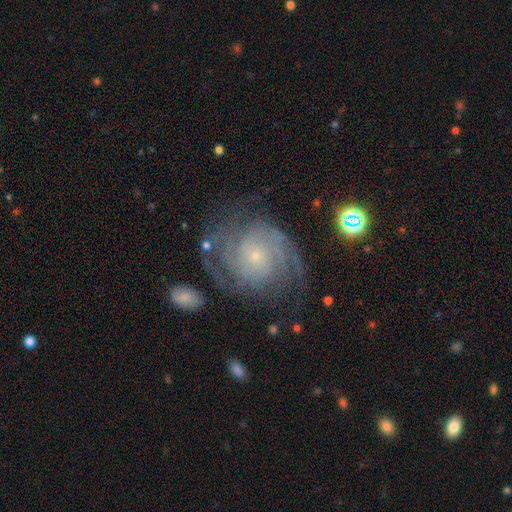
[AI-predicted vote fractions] This appears to be a featured or disk galaxy (84%) with no bar (77%), 2 (30%) tight (64%) spiral arms (96%) and a small central bulge (83%). Merging: none (69%).